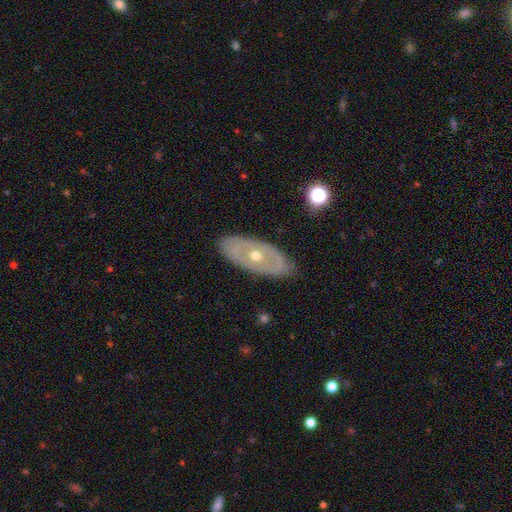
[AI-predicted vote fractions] This is likely a featured or disk galaxy (66%). It is clearly not viewed edge-on (83%). Bar: clearly no (91%). Spiral arm pattern: clearly no (81%). Central bulge: likely moderate (63%). Merging: clearly none (82%).